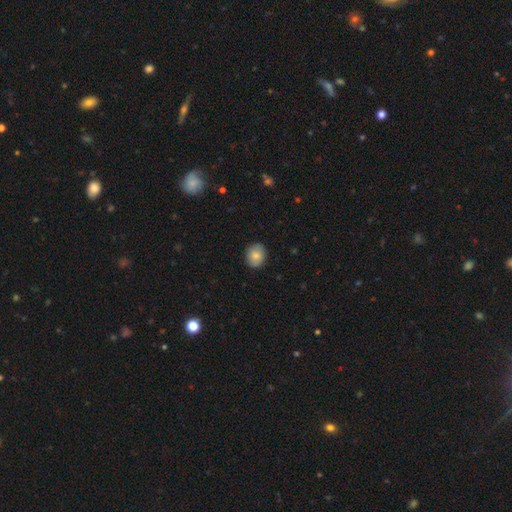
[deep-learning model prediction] The model was most divided on "how rounded": round: 69%, in between: 30%, cigar-shaped: 1%. More confident: merging — none (87%); smooth or featured — smooth (82%).